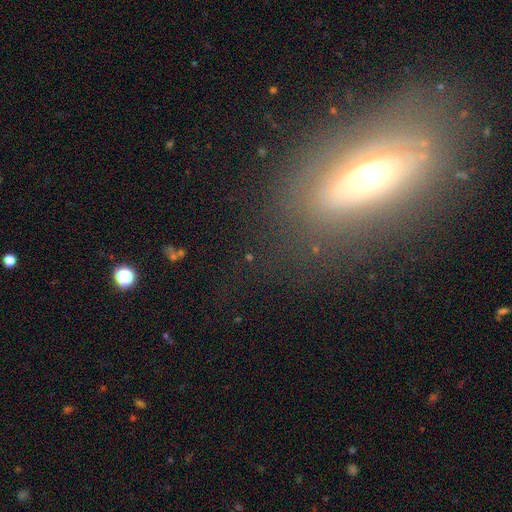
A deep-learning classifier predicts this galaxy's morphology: A featured or disk galaxy (48%).

Vote fractions:
- Smooth or featured? featured or disk: 48% / smooth: 34% / star or artifact: 18%
- Merging? none: 66% / minor disturbance: 16% / major disturbance: 14% / merger: 3%